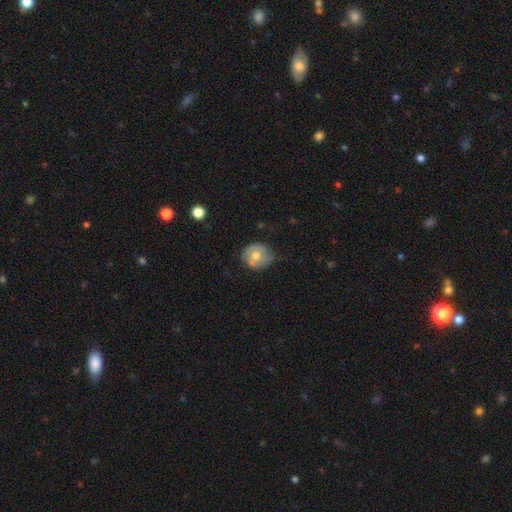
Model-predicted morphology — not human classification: smooth_or_featured: smooth (p=0.54) [alt: featured or disk p=0.38]
how_rounded: round (p=0.75) [alt: in between p=0.24]
merging: none (p=0.57) [alt: minor disturbance p=0.30]